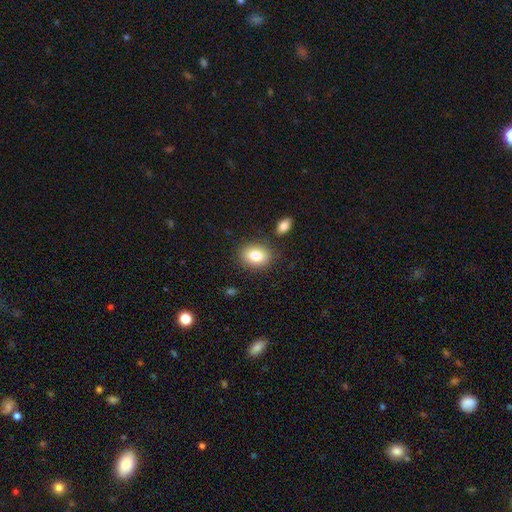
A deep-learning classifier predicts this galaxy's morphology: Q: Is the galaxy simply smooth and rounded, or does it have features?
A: smooth — 83%.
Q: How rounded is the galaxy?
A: in between — 62%.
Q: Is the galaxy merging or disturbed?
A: none — 83%.